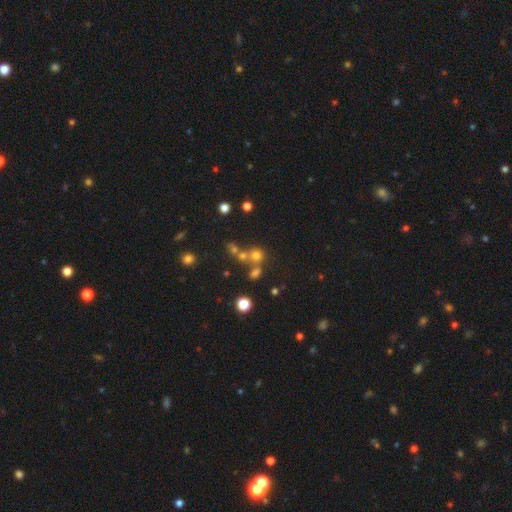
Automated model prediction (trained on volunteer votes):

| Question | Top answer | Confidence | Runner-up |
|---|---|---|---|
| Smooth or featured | smooth | 65% | star or artifact (23%) |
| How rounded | round | 86% | in between (13%) |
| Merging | none | 51% | merger (35%) |